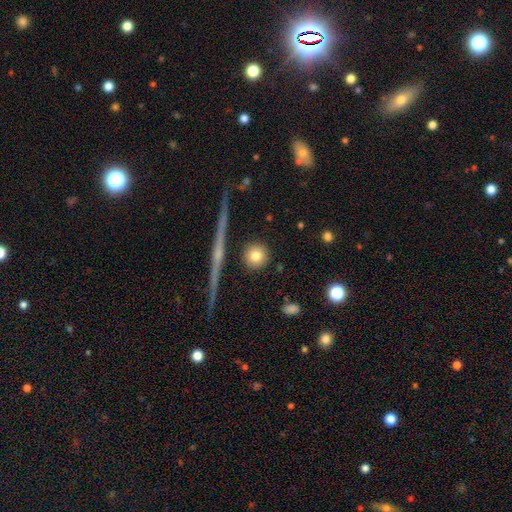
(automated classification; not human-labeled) The model was most divided on "smooth or featured": smooth: 79%, featured or disk: 12%, star or artifact: 9%. More confident: how rounded — round (94%); merging — none (90%).